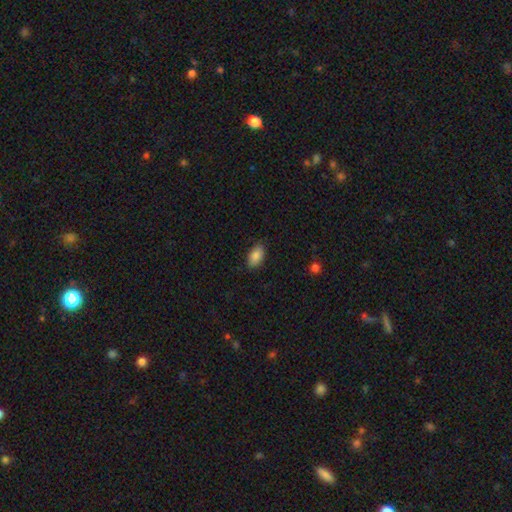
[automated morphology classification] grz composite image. It shows a smooth galaxy with no disk features (86%) that is in between round and cigar-shaped (93%). Merging: none (85%).